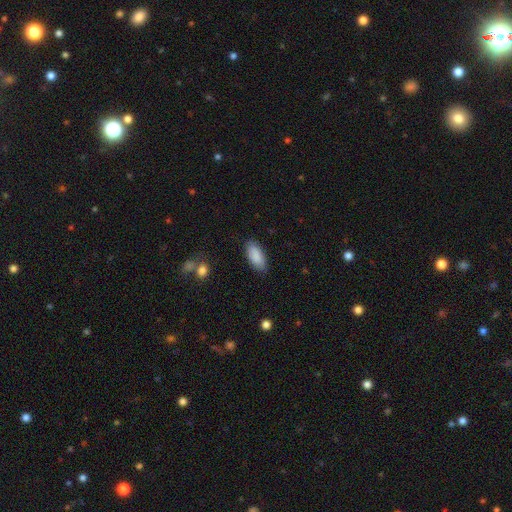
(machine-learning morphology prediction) smooth_or_featured: smooth (p=0.88) [alt: star or artifact p=0.06]
how_rounded: in between (p=0.89) [alt: cigar-shaped p=0.09]
merging: none (p=0.84) [alt: minor disturbance p=0.12]